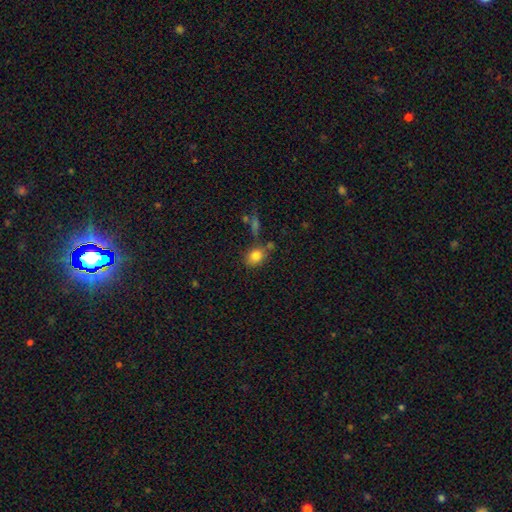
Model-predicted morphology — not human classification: smooth-or-featured: smooth: 82% | star or artifact: 10% | featured or disk: 8%
  how-rounded: in between: 59% | round: 39% | cigar-shaped: 2%
  merging: none: 66% | minor disturbance: 17% | merger: 11% | major disturbance: 5%